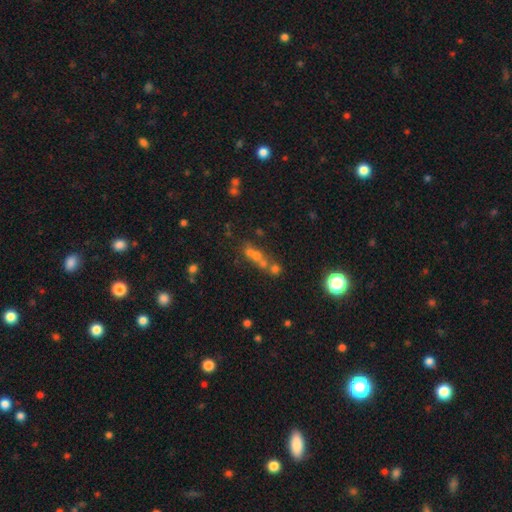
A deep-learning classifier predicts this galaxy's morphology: Smooth or featured? Predicted: smooth (p=0.42). Merging? Predicted: merger (p=0.43).